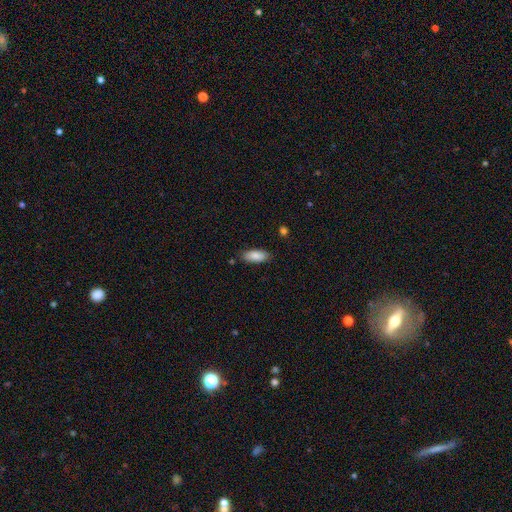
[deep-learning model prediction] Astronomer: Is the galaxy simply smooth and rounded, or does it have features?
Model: smooth — 86%.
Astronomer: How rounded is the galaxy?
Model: in between — 84%.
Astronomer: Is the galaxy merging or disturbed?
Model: none — 84%.